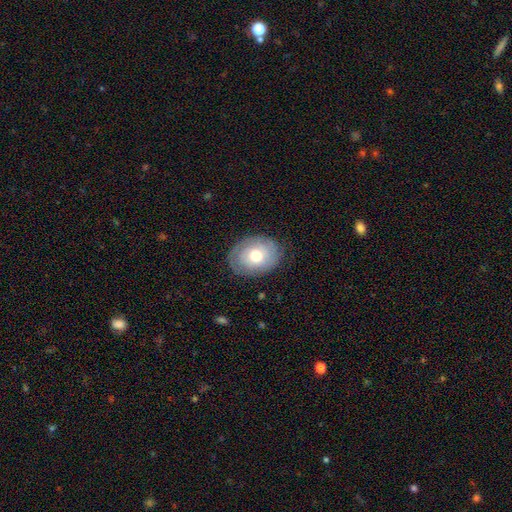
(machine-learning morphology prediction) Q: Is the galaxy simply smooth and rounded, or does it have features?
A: smooth — 57%.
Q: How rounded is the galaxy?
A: in between — 60%.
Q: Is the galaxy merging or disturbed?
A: none — 80%.